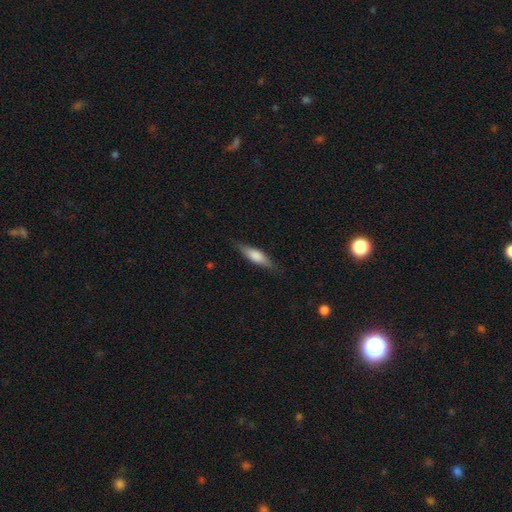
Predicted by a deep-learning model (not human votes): Smooth or featured? Predicted: smooth (p=0.63). How rounded? Predicted: cigar-shaped (p=0.59). Merging? Predicted: none (p=0.82).